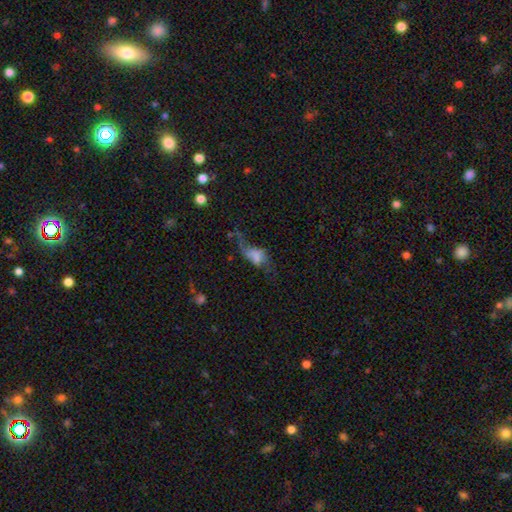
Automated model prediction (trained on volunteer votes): Smooth or featured? Predicted: smooth (p=0.46). Merging? Predicted: major disturbance (p=0.50).